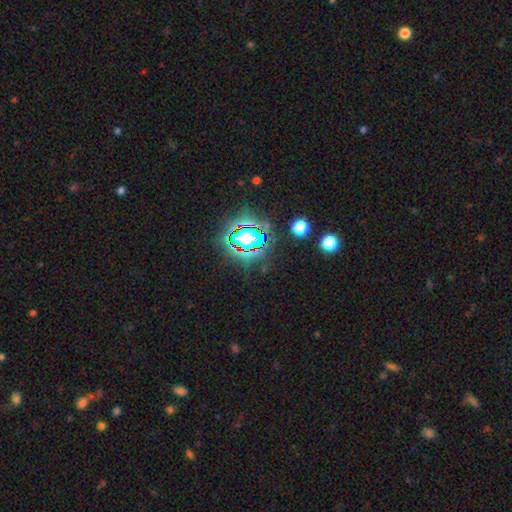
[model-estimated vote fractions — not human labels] Smooth or featured? Predicted: star or artifact (p=0.80).